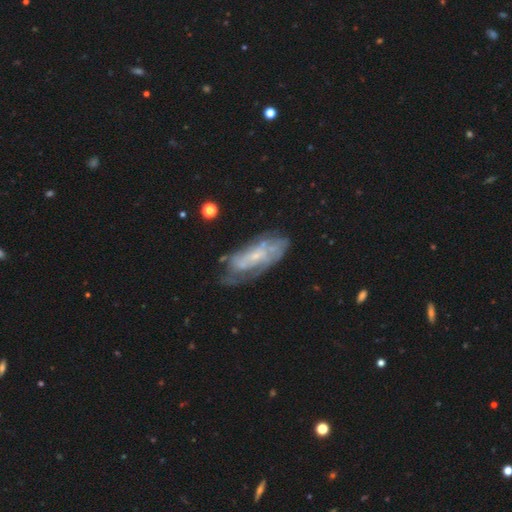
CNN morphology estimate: Smooth or featured? featured or disk (69%)
Edge-on disk? no (88%)
Bar? no (66%)
Spiral arms? yes (72%)
Bulge size? small (69%)
Merging? none (56%)